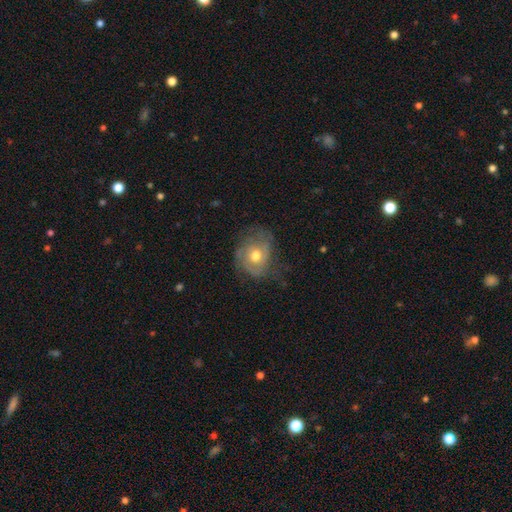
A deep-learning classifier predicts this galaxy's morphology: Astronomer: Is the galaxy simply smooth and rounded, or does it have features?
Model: featured or disk — 63%.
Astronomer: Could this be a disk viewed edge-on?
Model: no — 96%.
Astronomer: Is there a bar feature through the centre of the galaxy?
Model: no — 82%.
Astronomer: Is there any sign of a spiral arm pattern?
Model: yes — 76%.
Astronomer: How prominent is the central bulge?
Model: moderate — 76%.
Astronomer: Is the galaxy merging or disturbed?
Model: none — 55%.